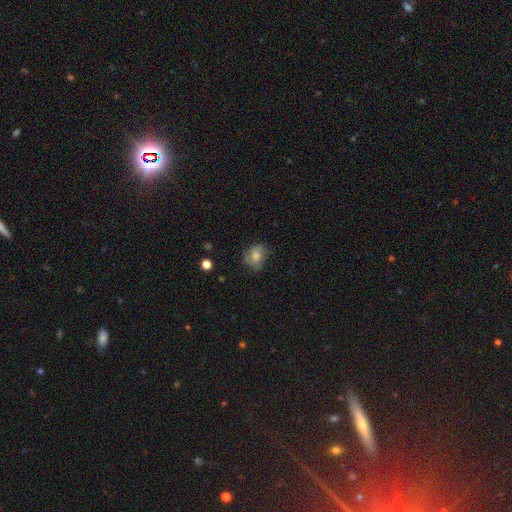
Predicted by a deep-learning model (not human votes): Smooth or featured?
  - smooth: 62% *
  - featured or disk: 28%
  - star or artifact: 10%
How rounded?
  - round: 53% *
  - in between: 46%
  - cigar-shaped: 1%
Merging?
  - none: 60% *
  - minor disturbance: 27%
  - major disturbance: 11%
  - merger: 1%